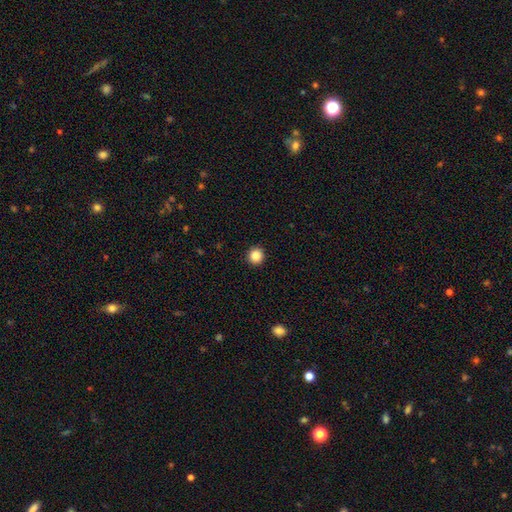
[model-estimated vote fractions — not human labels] smooth_or_featured: smooth (p=0.86) [alt: star or artifact p=0.10]
how_rounded: round (p=0.94) [alt: in between p=0.05]
merging: none (p=0.93) [alt: minor disturbance p=0.04]